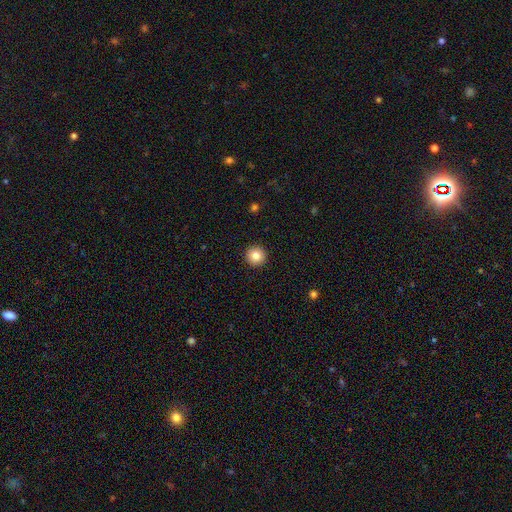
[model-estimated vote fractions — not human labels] A smooth galaxy with no disk features (84%) that is round (96%). Merging: none (94%).